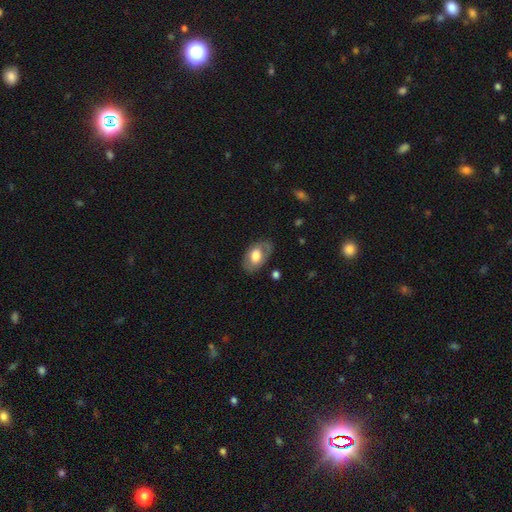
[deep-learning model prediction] Q: Smooth or featured?
A: smooth (55%); runner-up: featured or disk (39%)
Q: How rounded?
A: in between (91%); runner-up: round (8%)
Q: Merging?
A: none (76%); runner-up: minor disturbance (17%)